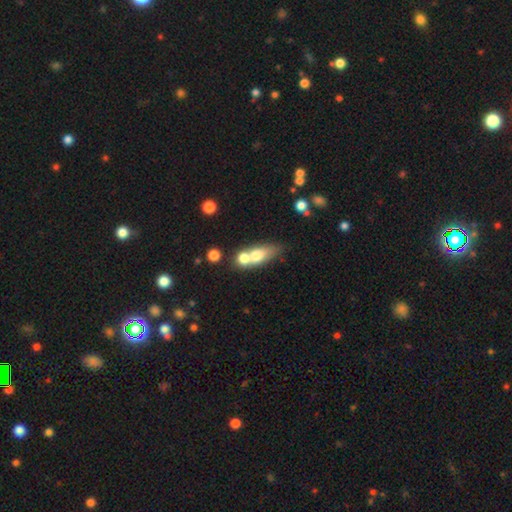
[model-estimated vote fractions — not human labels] Smooth or featured?
  - smooth: 66% *
  - featured or disk: 25%
  - star or artifact: 9%
How rounded?
  - in between: 63% *
  - cigar-shaped: 23%
  - round: 15%
Merging?
  - merger: 52% *
  - none: 32%
  - minor disturbance: 11%
  - major disturbance: 6%